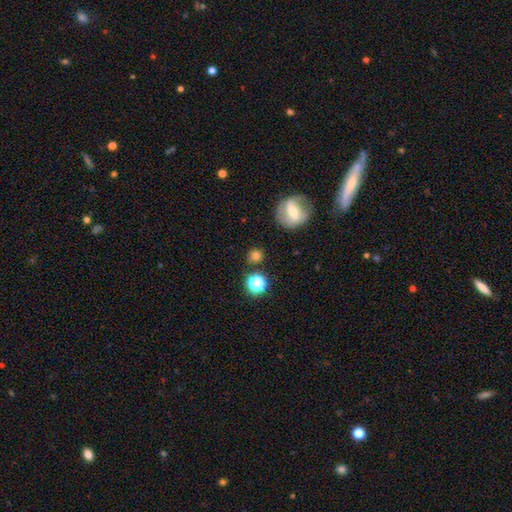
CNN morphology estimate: Q: Smooth or featured?
A: smooth (74%); runner-up: star or artifact (15%)
Q: How rounded?
A: round (87%); runner-up: in between (12%)
Q: Merging?
A: none (80%); runner-up: minor disturbance (10%)